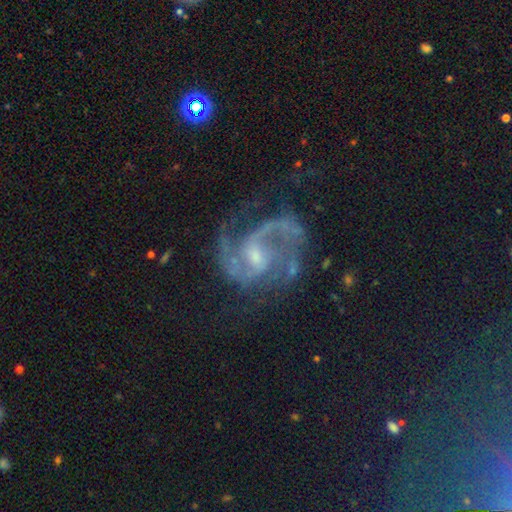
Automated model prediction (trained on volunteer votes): A featured or disk galaxy (87%) with a weak bar (49%), 2 (82%) medium (58%) spiral arms (97%) and a small central bulge (60%). Merging: none (61%).